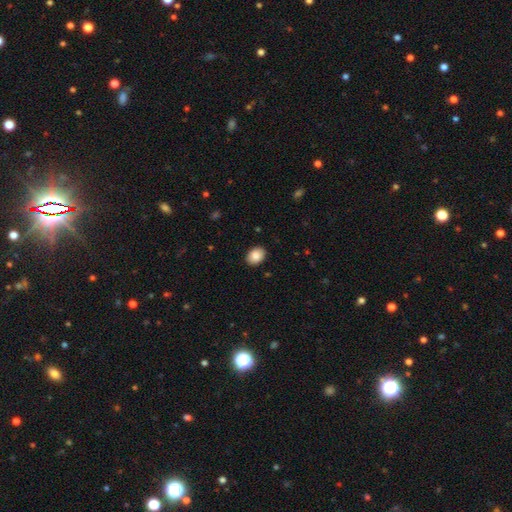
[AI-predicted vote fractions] The model was most divided on "how rounded": in between: 72%, round: 27%, cigar-shaped: 1%. More confident: merging — none (90%); smooth or featured — smooth (87%).